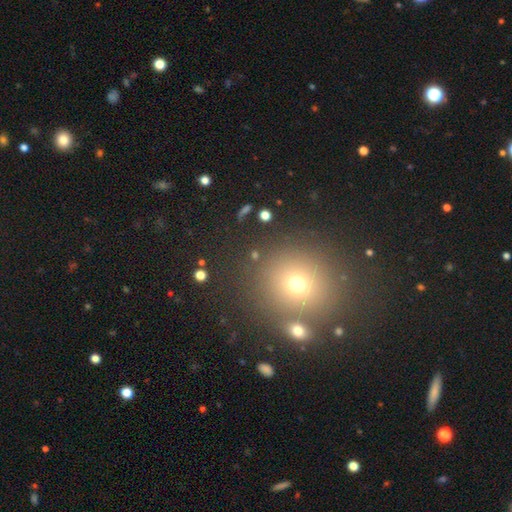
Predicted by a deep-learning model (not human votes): Smooth or featured: smooth — 60% (star or artifact — 29%)
How rounded: round — 86% (in between — 12%)
Merging: none — 81% (minor disturbance — 8%)